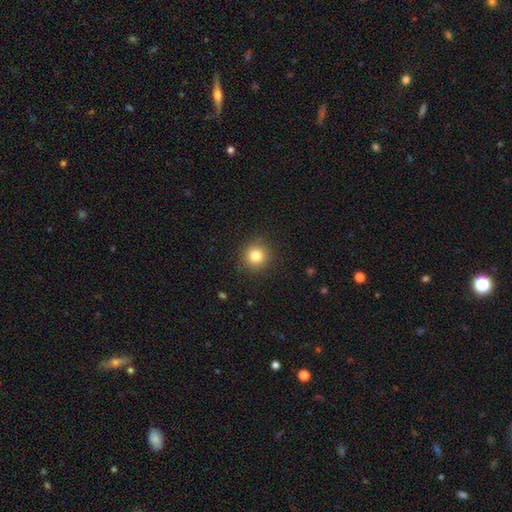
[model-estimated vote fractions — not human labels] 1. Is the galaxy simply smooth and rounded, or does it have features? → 82% smooth, 11% star or artifact, 7% featured or disk.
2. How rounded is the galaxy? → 93% round, 6% in between, 1% cigar-shaped.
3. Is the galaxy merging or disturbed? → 90% none, 7% minor disturbance, 2% major disturbance, 1% merger.